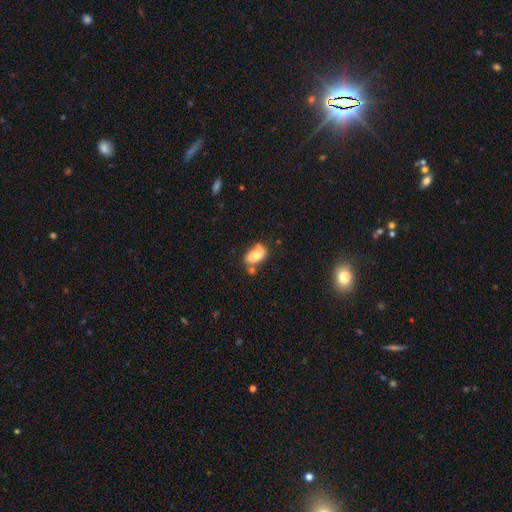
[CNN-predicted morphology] This appears to be a smooth galaxy with no disk features (66%) that is in between round and cigar-shaped (87%). Merging: merger (37%).